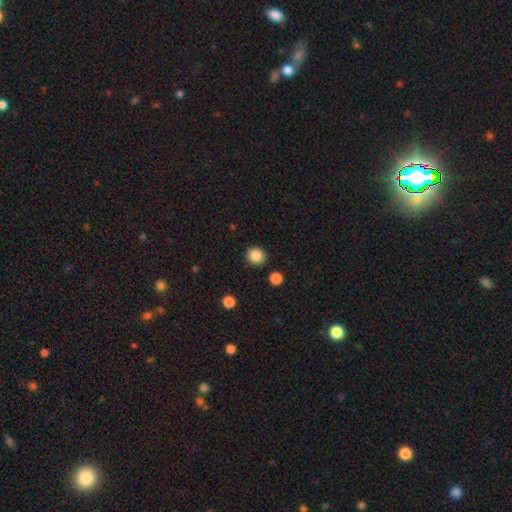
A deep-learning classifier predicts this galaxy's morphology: Smooth or featured? smooth (86%)
How rounded? round (89%)
Merging? none (90%)